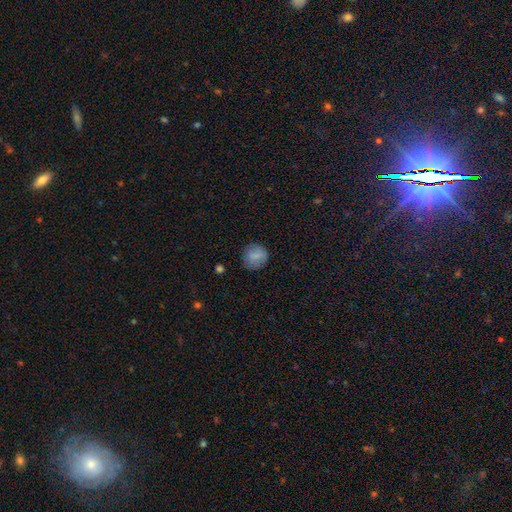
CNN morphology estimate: Q: Smooth or featured?
A: smooth (81%); runner-up: featured or disk (10%)
Q: How rounded?
A: round (84%); runner-up: in between (15%)
Q: Merging?
A: none (79%); runner-up: minor disturbance (15%)